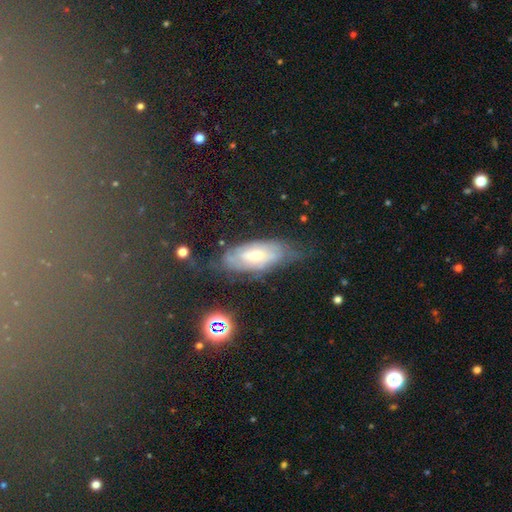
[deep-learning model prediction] Smooth or featured?
  - featured or disk: 65% *
  - smooth: 25%
  - star or artifact: 10%
Edge-on disk?
  - no: 85% *
  - yes: 15%
Bar?
  - no: 57% *
  - weak: 34%
  - strong: 9%
Spiral arms?
  - yes: 77% *
  - no: 23%
Bulge size?
  - moderate: 56% *
  - small: 38%
  - large: 4%
  - none: 1%
  - dominant: 1%
Merging?
  - none: 58% *
  - minor disturbance: 27%
  - major disturbance: 13%
  - merger: 2%